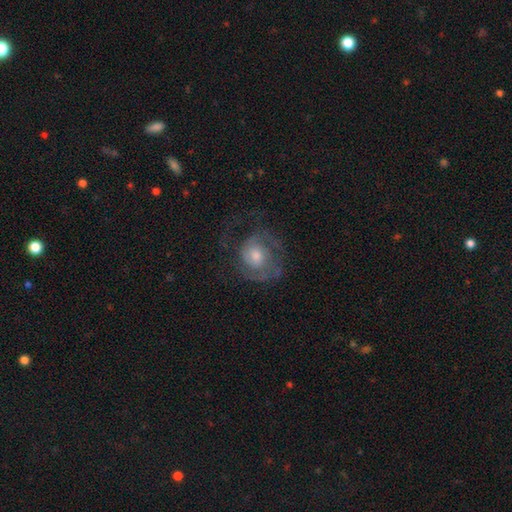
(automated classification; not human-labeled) Q: Smooth or featured?
A: featured or disk (73%); runner-up: smooth (19%)
Q: Edge-on disk?
A: no (97%); runner-up: yes (3%)
Q: Bar?
A: no (73%); runner-up: weak (23%)
Q: Spiral arms?
A: yes (87%); runner-up: no (13%)
Q: Spiral winding?
A: tight (48%); runner-up: medium (37%)
Q: Spiral arm count?
A: 2 (42%); runner-up: can't tell (26%)
Q: Bulge size?
A: moderate (59%); runner-up: small (27%)
Q: Merging?
A: none (56%); runner-up: major disturbance (25%)